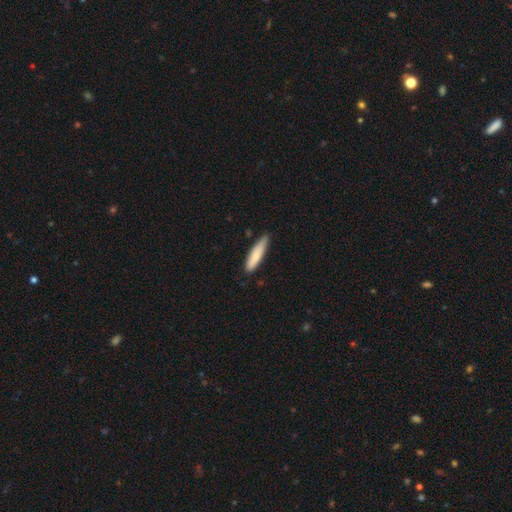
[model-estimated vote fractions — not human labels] This is likely a smooth galaxy (79%). How rounded: likely cigar-shaped (77%). Merging: likely none (73%).